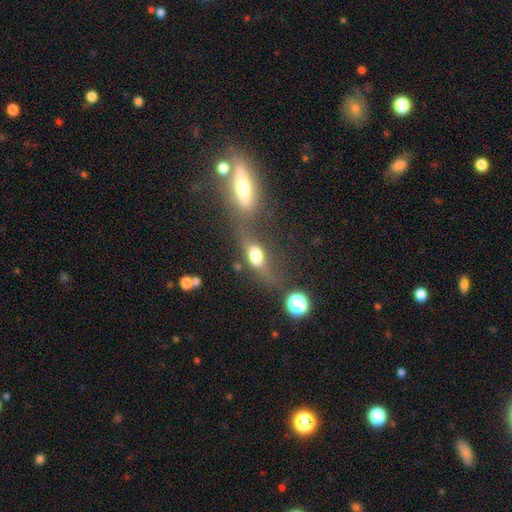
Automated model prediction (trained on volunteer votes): Q: Smooth or featured?
A: smooth (64%); runner-up: featured or disk (23%)
Q: How rounded?
A: in between (69%); runner-up: round (17%)
Q: Merging?
A: none (35%); runner-up: merger (30%)